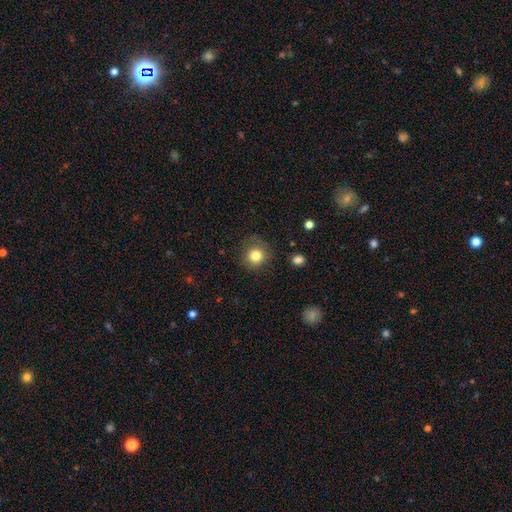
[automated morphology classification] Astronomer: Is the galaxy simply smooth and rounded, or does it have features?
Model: smooth — 81%.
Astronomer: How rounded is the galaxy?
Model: round — 90%.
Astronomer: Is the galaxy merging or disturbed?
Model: none — 78%.